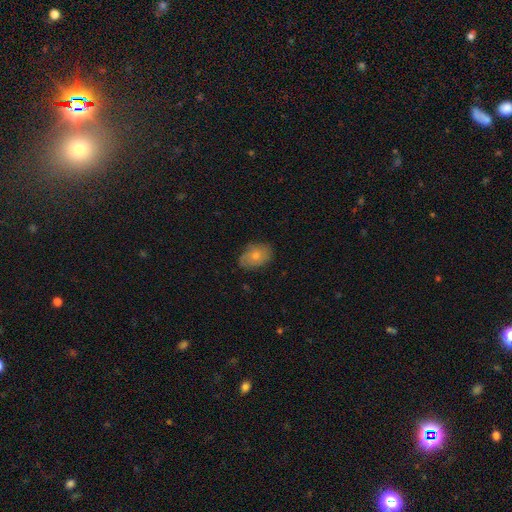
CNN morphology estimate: Smooth or featured: smooth — 63% (featured or disk — 30%)
How rounded: in between — 81% (round — 17%)
Merging: none — 74% (minor disturbance — 21%)